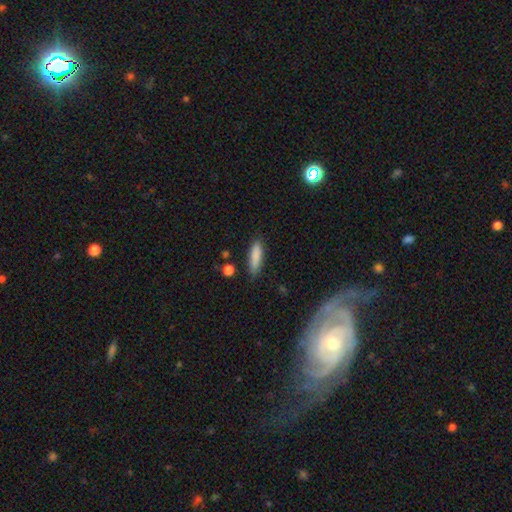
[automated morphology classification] Smooth or featured? smooth (86%)
How rounded? cigar-shaped (62%)
Merging? none (81%)